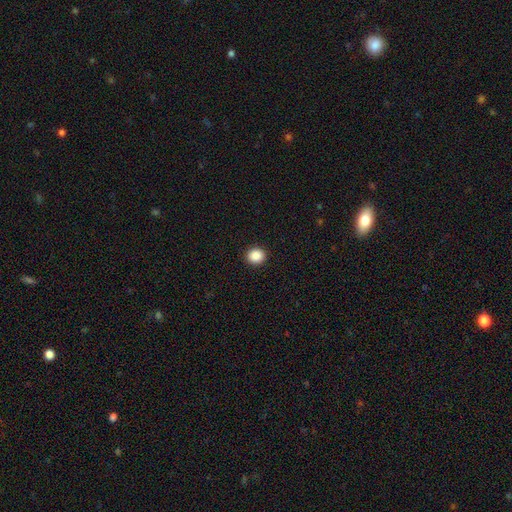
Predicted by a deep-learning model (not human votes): Overall: smooth (89%). How rounded: round (84%). Merging: none (93%).